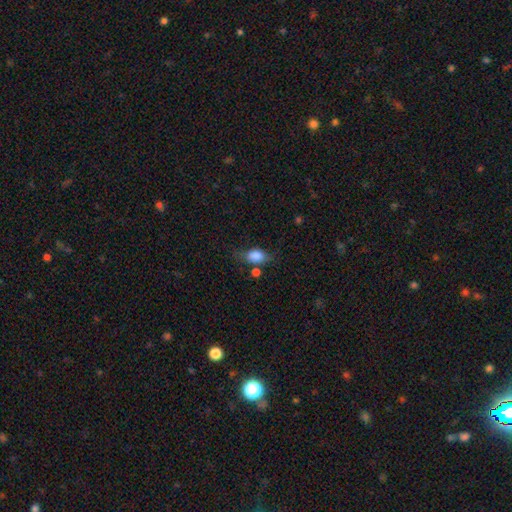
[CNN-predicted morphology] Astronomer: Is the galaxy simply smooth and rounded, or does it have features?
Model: smooth — 81%.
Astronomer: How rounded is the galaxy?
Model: in between — 81%.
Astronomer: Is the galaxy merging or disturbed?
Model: none — 54%.